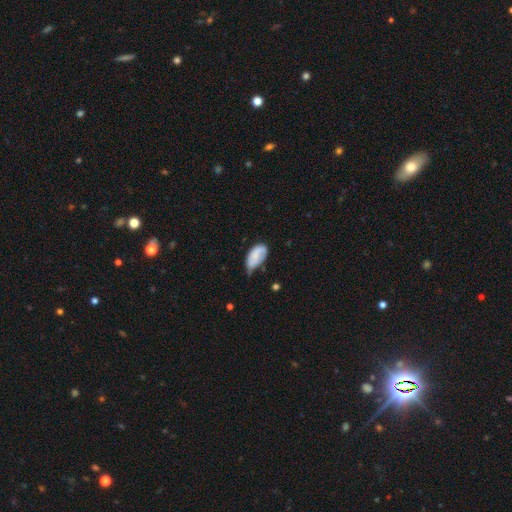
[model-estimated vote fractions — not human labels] smooth 68%, featured or disk 25%, star or artifact 7%. Down the decision tree: how rounded — in between (94%); merging — minor disturbance (49%).